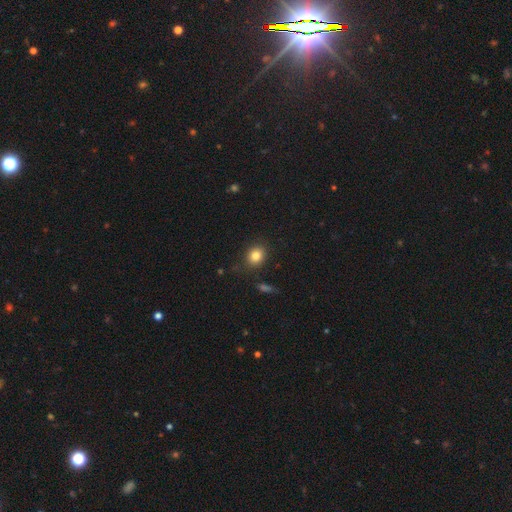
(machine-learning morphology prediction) smooth-or-featured: smooth: 83% | star or artifact: 11% | featured or disk: 6%
  how-rounded: round: 66% | in between: 33% | cigar-shaped: 1%
  merging: none: 85% | minor disturbance: 10% | major disturbance: 3% | merger: 2%